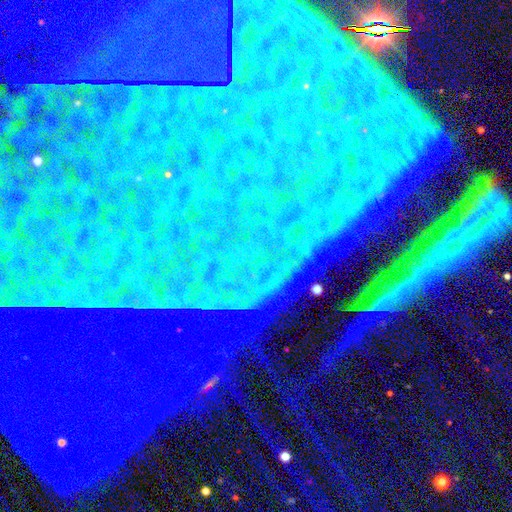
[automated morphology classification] Smooth or featured?
  - star or artifact: 85% *
  - featured or disk: 8%
  - smooth: 7%